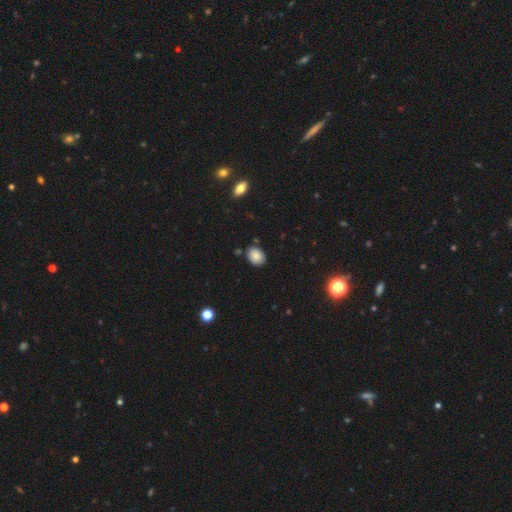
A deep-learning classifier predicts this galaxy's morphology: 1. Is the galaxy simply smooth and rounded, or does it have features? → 85% smooth, 9% star or artifact, 6% featured or disk.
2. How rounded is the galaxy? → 62% in between, 37% round, 1% cigar-shaped.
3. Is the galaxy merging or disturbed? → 83% none, 12% minor disturbance, 3% merger, 2% major disturbance.